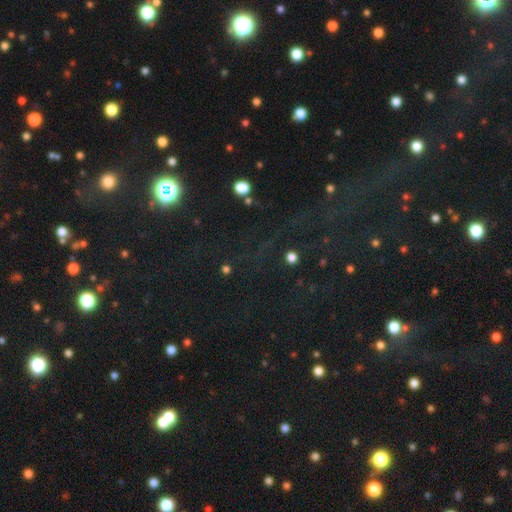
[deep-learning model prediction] smooth-or-featured: star or artifact: 73% | smooth: 19% | featured or disk: 8%